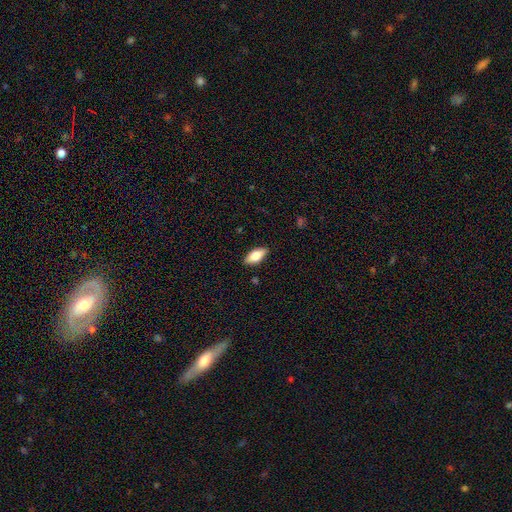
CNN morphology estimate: type=smooth (74%); roundness=in between (84%); merging=none (88%).